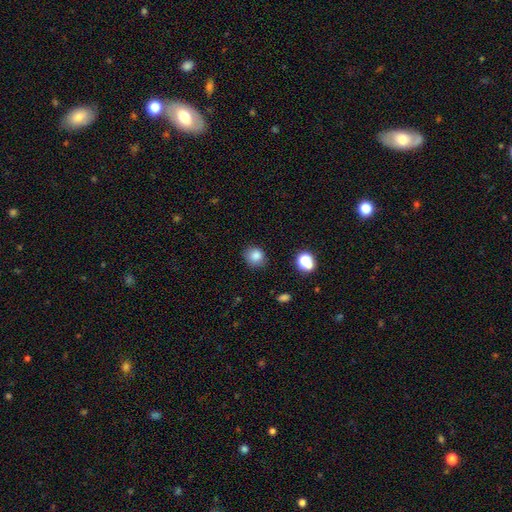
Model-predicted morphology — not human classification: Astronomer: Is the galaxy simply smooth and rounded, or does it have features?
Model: smooth — 83%.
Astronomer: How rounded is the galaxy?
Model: round — 82%.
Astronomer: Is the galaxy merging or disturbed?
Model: none — 83%.